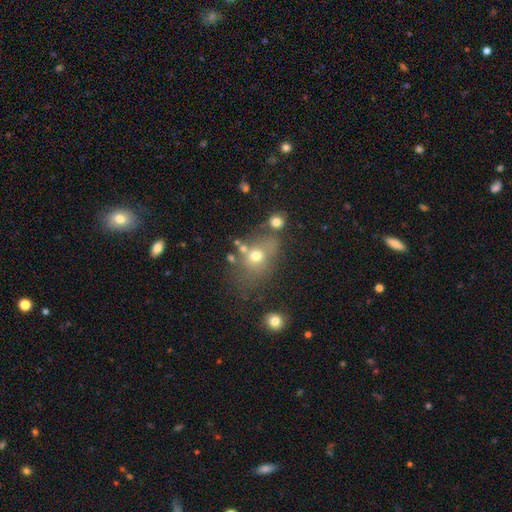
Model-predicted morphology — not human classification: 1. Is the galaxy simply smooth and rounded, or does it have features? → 65% smooth, 19% featured or disk, 16% star or artifact.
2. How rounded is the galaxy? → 55% in between, 43% round, 2% cigar-shaped.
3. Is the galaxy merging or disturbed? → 48% none, 20% merger, 19% minor disturbance, 14% major disturbance.